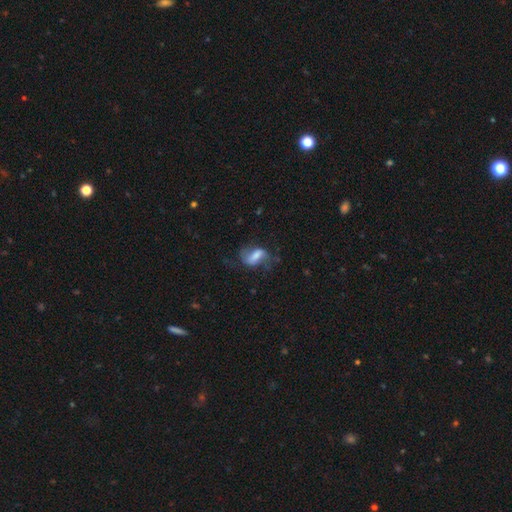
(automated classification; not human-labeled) This is possibly a featured or disk galaxy (53%). It is clearly not viewed edge-on (93%). Merging: possibly none (51%).